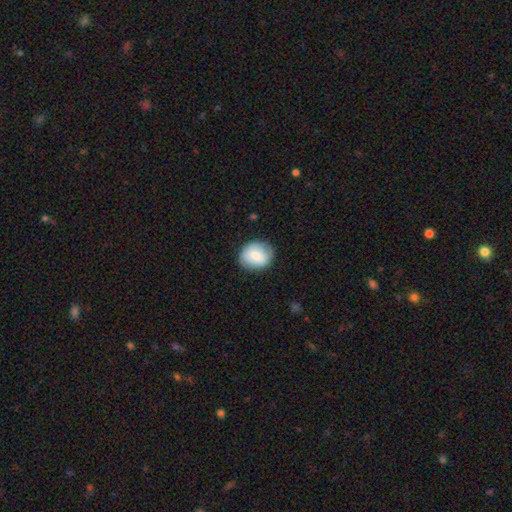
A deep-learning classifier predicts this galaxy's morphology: The model was most divided on "how rounded": round: 67%, in between: 32%, cigar-shaped: 1%. More confident: merging — none (84%); smooth or featured — smooth (75%).